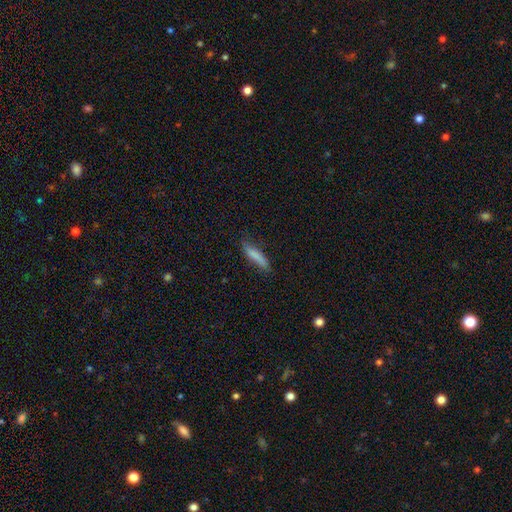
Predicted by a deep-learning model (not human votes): Smooth or featured? Predicted: smooth (p=0.81). How rounded? Predicted: cigar-shaped (p=0.79). Merging? Predicted: none (p=0.71).